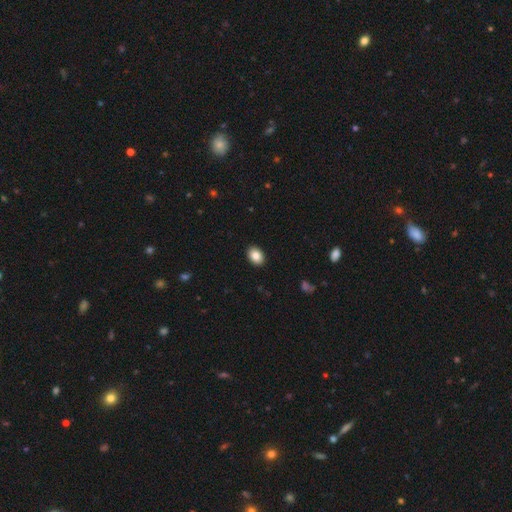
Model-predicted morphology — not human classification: smooth 86%, star or artifact 8%, featured or disk 6%. Down the decision tree: how rounded — in between (76%); merging — none (91%).